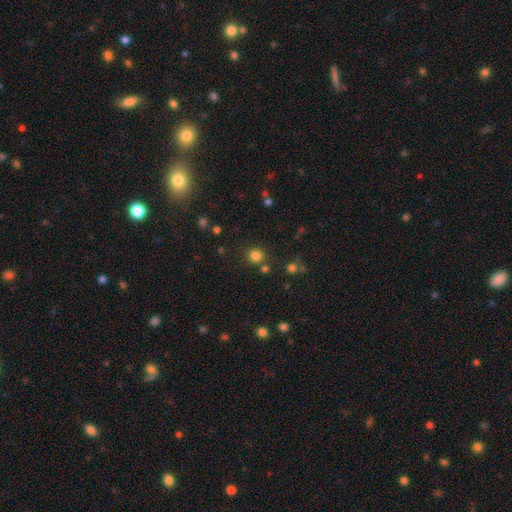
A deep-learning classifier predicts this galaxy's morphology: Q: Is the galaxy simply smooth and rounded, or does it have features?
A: smooth — 80%.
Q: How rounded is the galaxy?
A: round — 89%.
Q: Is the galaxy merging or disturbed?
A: none — 81%.